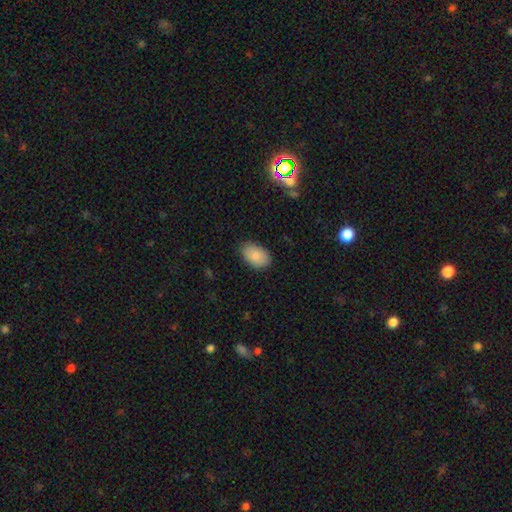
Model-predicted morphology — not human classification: Smooth or featured?
  - smooth: 86% *
  - star or artifact: 7%
  - featured or disk: 7%
How rounded?
  - in between: 90% *
  - round: 8%
  - cigar-shaped: 1%
Merging?
  - none: 83% *
  - minor disturbance: 13%
  - major disturbance: 3%
  - merger: 1%